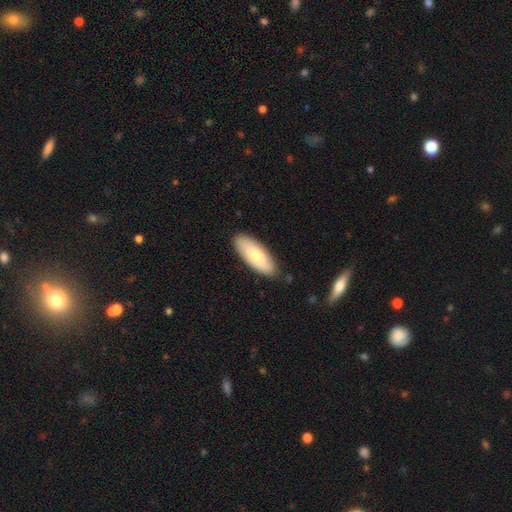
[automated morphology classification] smooth-or-featured: smooth: 76% | featured or disk: 19% | star or artifact: 5%
  how-rounded: in between: 74% | cigar-shaped: 25% | round: 2%
  merging: none: 86% | minor disturbance: 11% | major disturbance: 2% | merger: 1%